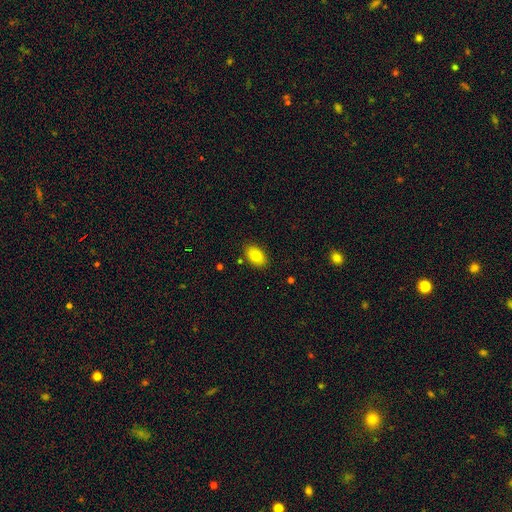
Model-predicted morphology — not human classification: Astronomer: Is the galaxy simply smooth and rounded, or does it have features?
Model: smooth — 81%.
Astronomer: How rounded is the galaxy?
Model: in between — 89%.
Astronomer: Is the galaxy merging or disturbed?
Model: none — 86%.